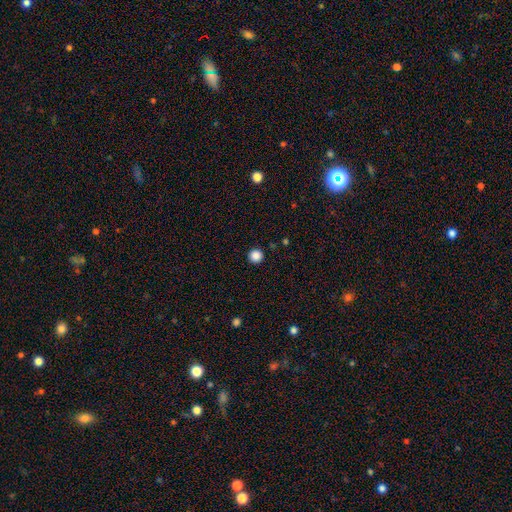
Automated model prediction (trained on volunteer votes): Smooth or featured: smooth — 87% (star or artifact — 11%)
How rounded: round — 96% (in between — 3%)
Merging: none — 93% (minor disturbance — 4%)